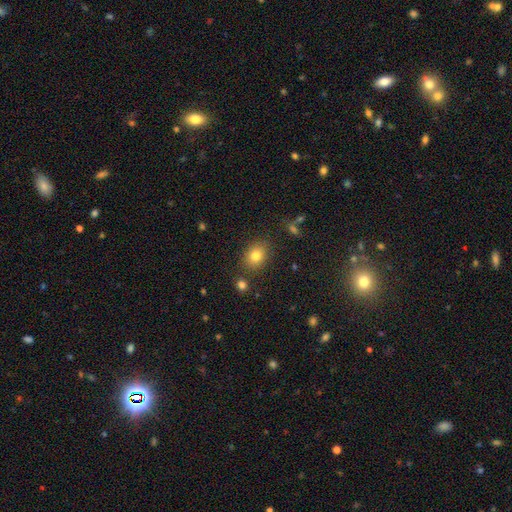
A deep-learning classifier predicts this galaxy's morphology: smooth_or_featured: smooth (p=0.80) [alt: star or artifact p=0.11]
how_rounded: in between (p=0.58) [alt: round p=0.41]
merging: none (p=0.82) [alt: minor disturbance p=0.11]